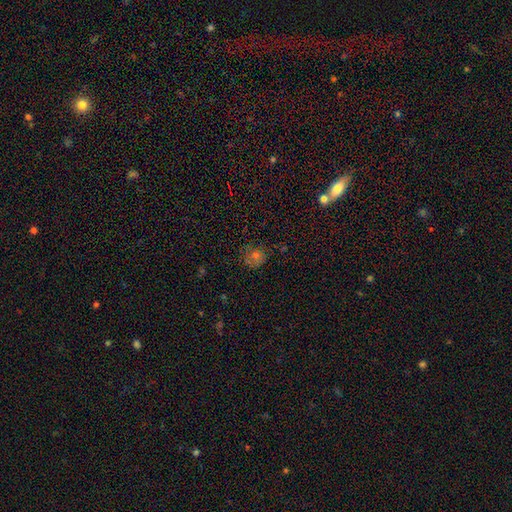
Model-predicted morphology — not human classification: smooth_or_featured: smooth (p=0.51) [alt: star or artifact p=0.25]
how_rounded: round (p=0.81) [alt: in between p=0.18]
merging: none (p=0.71) [alt: minor disturbance p=0.19]